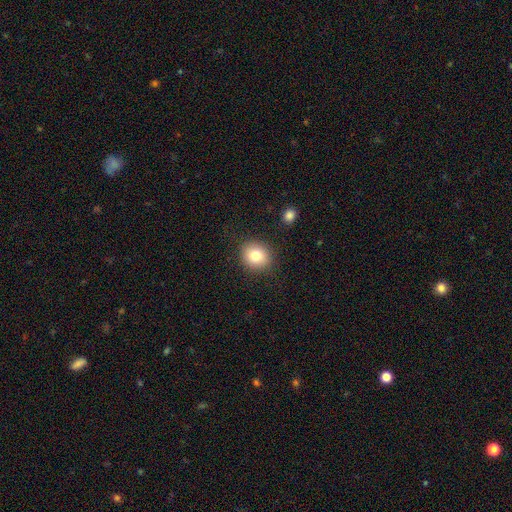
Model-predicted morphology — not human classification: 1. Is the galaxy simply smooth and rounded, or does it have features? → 80% smooth, 10% star or artifact, 10% featured or disk.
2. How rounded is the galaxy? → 75% round, 24% in between, 1% cigar-shaped.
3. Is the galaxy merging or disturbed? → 87% none, 8% minor disturbance, 3% major disturbance, 2% merger.